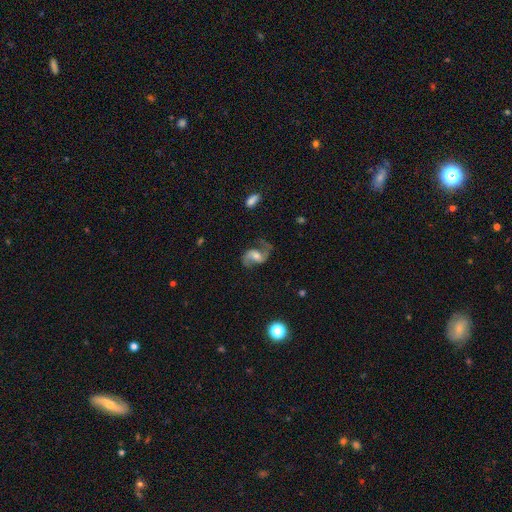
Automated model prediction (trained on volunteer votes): Smooth or featured? featured or disk (87%)
Edge-on disk? no (98%)
Bar? weak (45%)
Spiral arms? yes (96%)
Spiral winding? loose (52%)
Spiral arm count? 2 (92%)
Bulge size? moderate (52%)
Merging? none (71%)